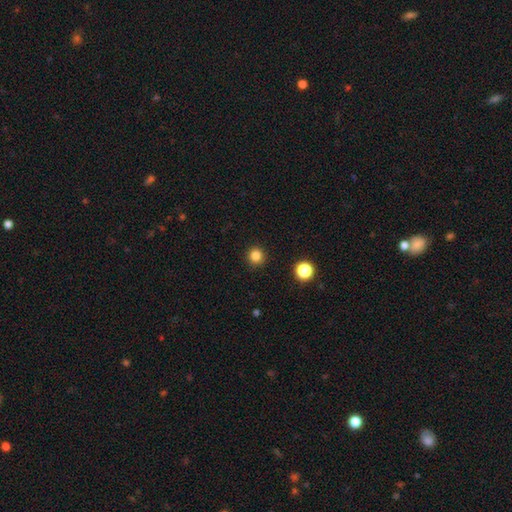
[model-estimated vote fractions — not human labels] Morphology: type=smooth (83%); roundness=round (95%); merging=none (92%).